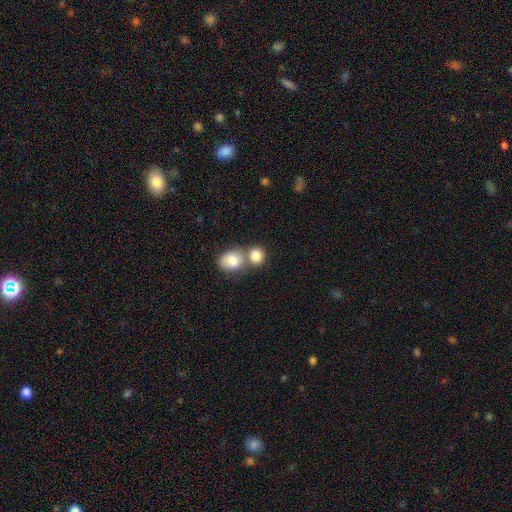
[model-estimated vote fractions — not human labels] Overall: smooth (82%). How rounded: round (71%). Merging: merger (50%; none 40%).